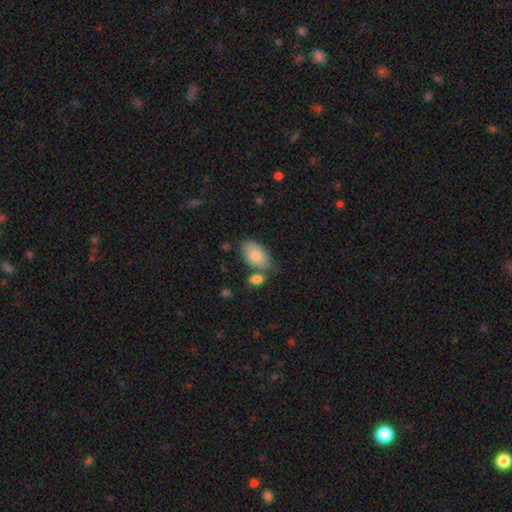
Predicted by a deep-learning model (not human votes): This appears to be a smooth galaxy with no disk features (84%) that is in between round and cigar-shaped (93%). Merging: none (54%).